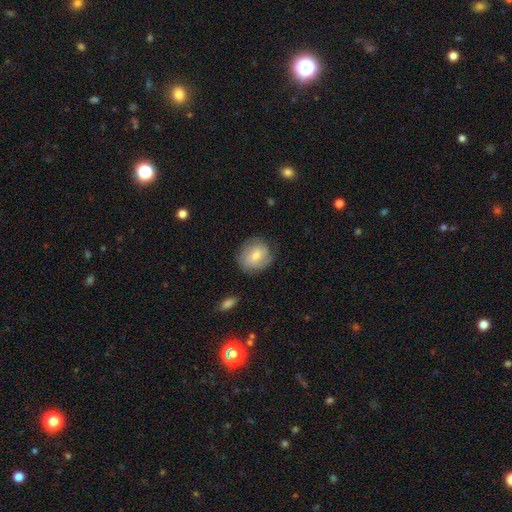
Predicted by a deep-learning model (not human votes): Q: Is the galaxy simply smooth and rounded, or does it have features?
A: smooth — 58%.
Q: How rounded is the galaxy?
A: round — 75%.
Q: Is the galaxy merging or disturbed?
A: none — 75%.